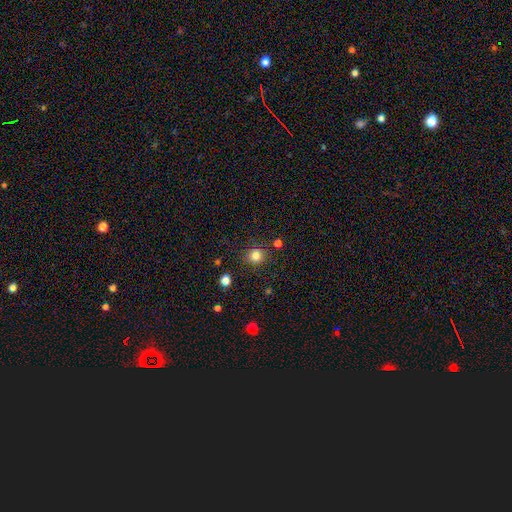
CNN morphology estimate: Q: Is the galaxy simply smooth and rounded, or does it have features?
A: smooth — 82%.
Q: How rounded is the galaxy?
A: round — 90%.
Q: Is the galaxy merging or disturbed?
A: none — 87%.